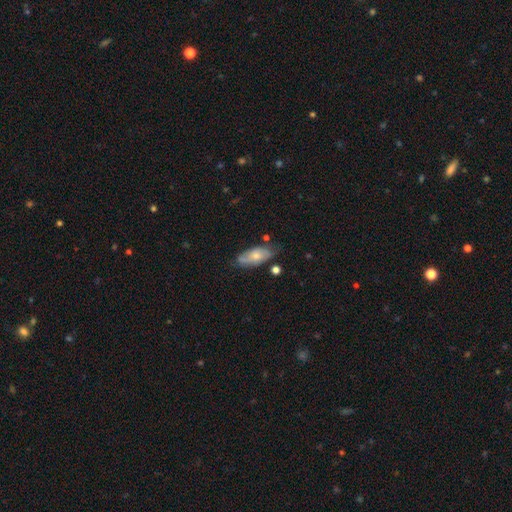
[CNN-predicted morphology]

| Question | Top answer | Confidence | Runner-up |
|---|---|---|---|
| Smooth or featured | smooth | 54% | featured or disk (40%) |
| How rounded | in between | 83% | cigar-shaped (14%) |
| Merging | none | 62% | minor disturbance (26%) |